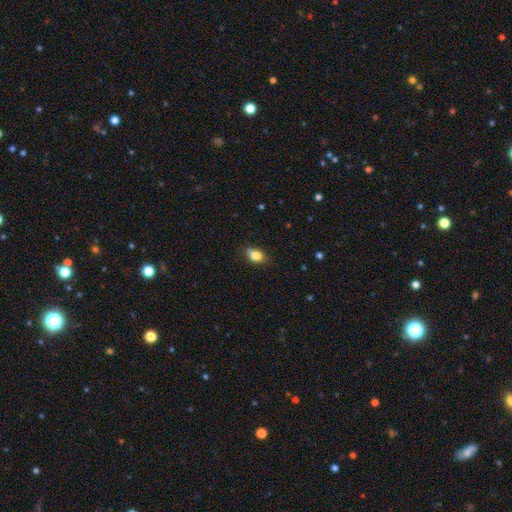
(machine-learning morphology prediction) A smooth galaxy with no disk features (79%) that is in between round and cigar-shaped (79%).

Vote fractions:
- Smooth or featured? smooth: 79% / featured or disk: 11% / star or artifact: 9%
- How rounded? in between: 79% / round: 15% / cigar-shaped: 5%
- Merging? none: 58% / minor disturbance: 31% / major disturbance: 7% / merger: 3%